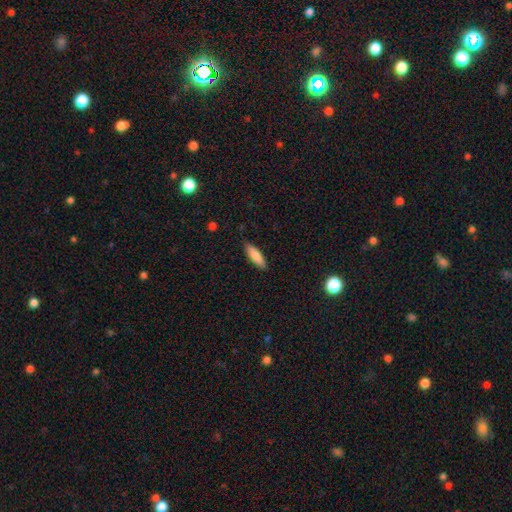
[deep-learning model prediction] smooth 82%, featured or disk 11%, star or artifact 6%. Down the decision tree: how rounded — cigar-shaped (51%); merging — none (86%).